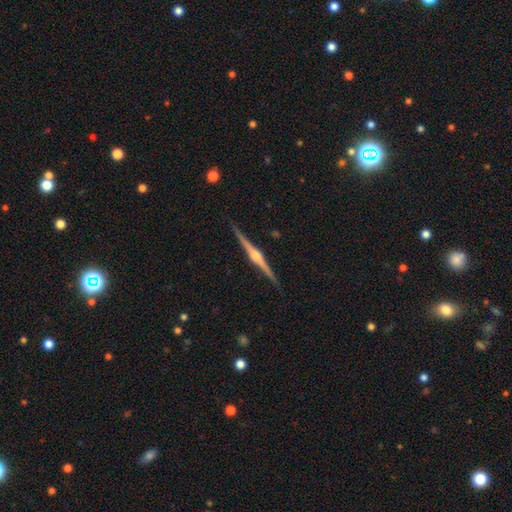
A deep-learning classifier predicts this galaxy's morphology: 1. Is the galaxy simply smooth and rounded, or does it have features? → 88% featured or disk, 8% smooth, 5% star or artifact.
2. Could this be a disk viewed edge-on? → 99% yes, 1% no.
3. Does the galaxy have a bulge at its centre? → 91% rounded, 6% boxy, 3% none.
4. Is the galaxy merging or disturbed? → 91% none, 6% minor disturbance, 1% major disturbance, 1% merger.